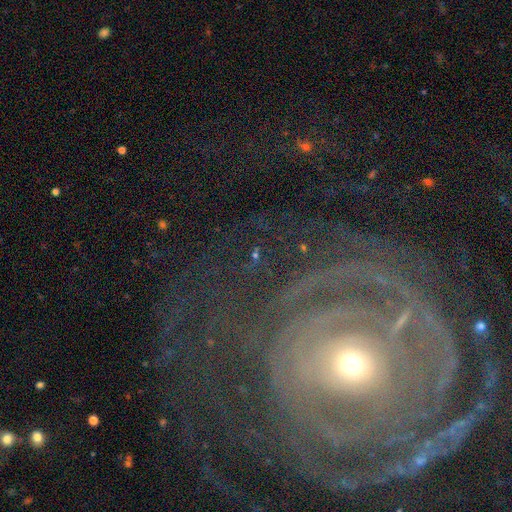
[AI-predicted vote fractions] A star or artifact, not a galaxy (49%).

Vote fractions:
- Smooth or featured? star or artifact: 49% / featured or disk: 33% / smooth: 17%